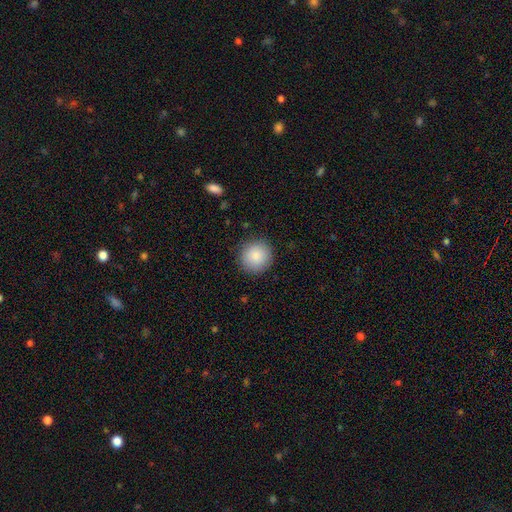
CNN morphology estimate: Q: Smooth or featured?
A: smooth (87%); runner-up: star or artifact (8%)
Q: How rounded?
A: round (93%); runner-up: in between (6%)
Q: Merging?
A: none (89%); runner-up: minor disturbance (8%)